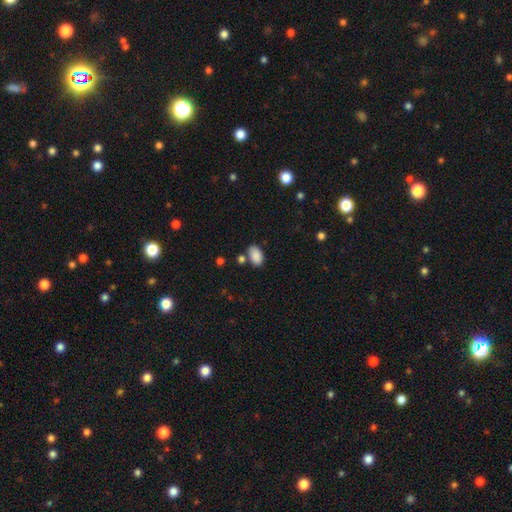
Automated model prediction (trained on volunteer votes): smooth 88%, star or artifact 8%, featured or disk 4%. Down the decision tree: how rounded — in between (91%); merging — none (71%).